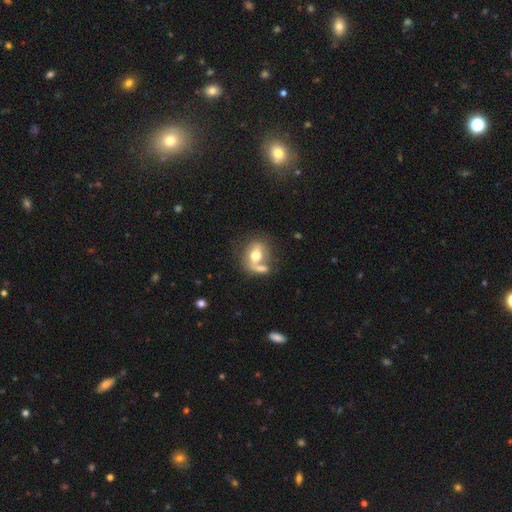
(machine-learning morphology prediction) The model was most divided on "merging": merger: 40%, none: 35%, minor disturbance: 14%, major disturbance: 10%. More confident: how rounded — in between (59%); smooth or featured — smooth (57%).